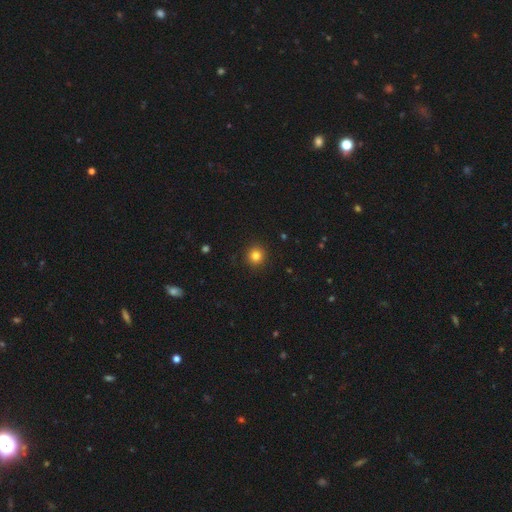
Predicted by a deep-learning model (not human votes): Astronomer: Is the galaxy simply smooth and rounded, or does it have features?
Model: smooth — 83%.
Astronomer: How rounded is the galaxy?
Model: round — 94%.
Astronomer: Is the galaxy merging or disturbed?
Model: none — 92%.